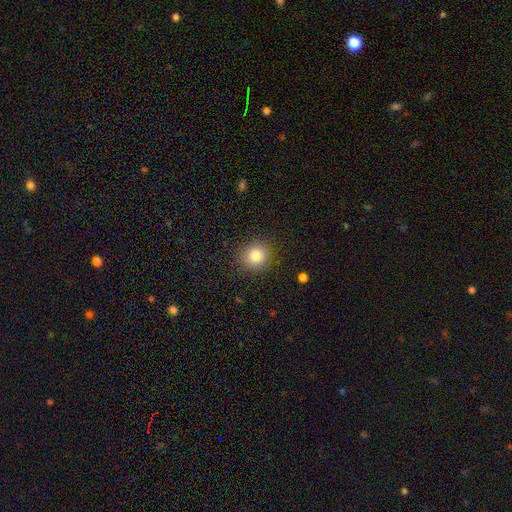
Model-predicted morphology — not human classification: Smooth or featured? Predicted: smooth (p=0.83). How rounded? Predicted: round (p=0.86). Merging? Predicted: none (p=0.88).